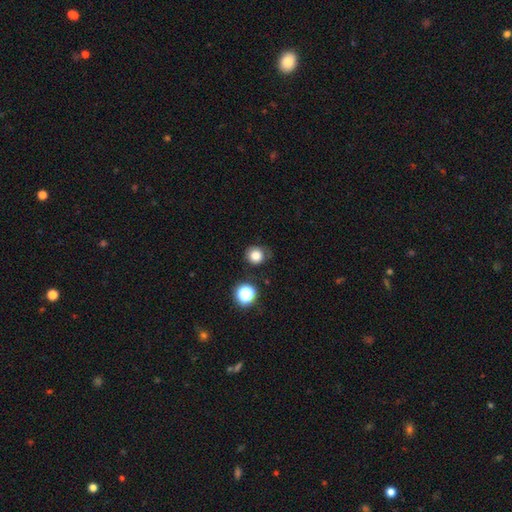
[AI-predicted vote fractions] Smooth or featured?
  - smooth: 80% *
  - star or artifact: 13%
  - featured or disk: 6%
How rounded?
  - round: 87% *
  - in between: 12%
  - cigar-shaped: 1%
Merging?
  - none: 75% *
  - minor disturbance: 17%
  - major disturbance: 5%
  - merger: 3%